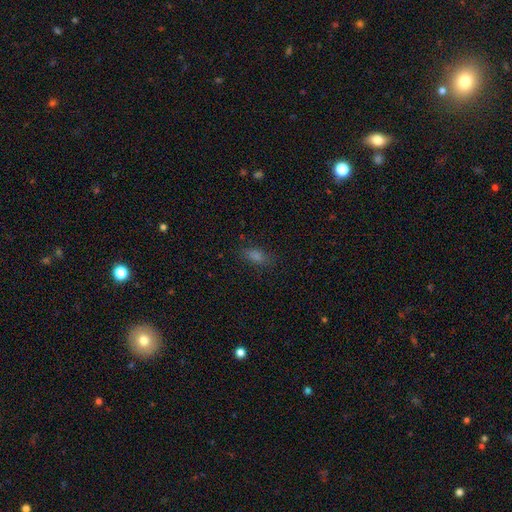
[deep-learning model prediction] Morphology: type=smooth (65%); roundness=in between (78%); merging=none (83%).